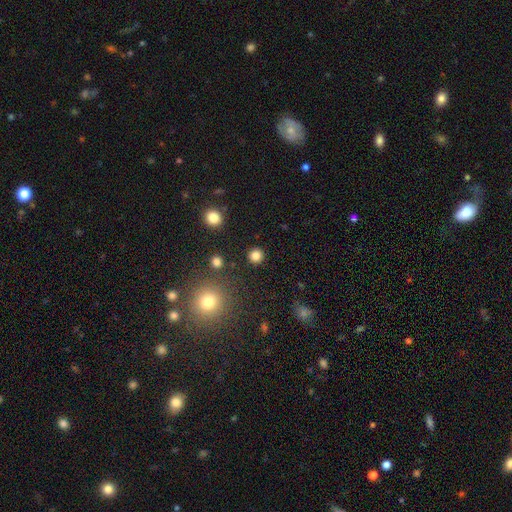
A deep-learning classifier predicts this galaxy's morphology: This is clearly a smooth galaxy (83%). How rounded: clearly round (93%). Merging: clearly none (91%).